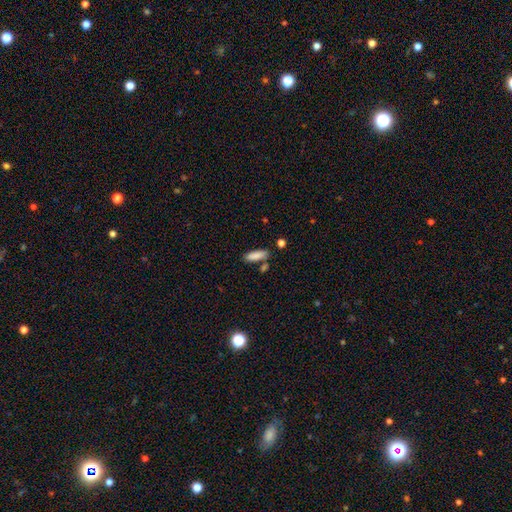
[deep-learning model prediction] A smooth galaxy with no disk features (87%) that is in between round and cigar-shaped (55%). Merging: none (73%).